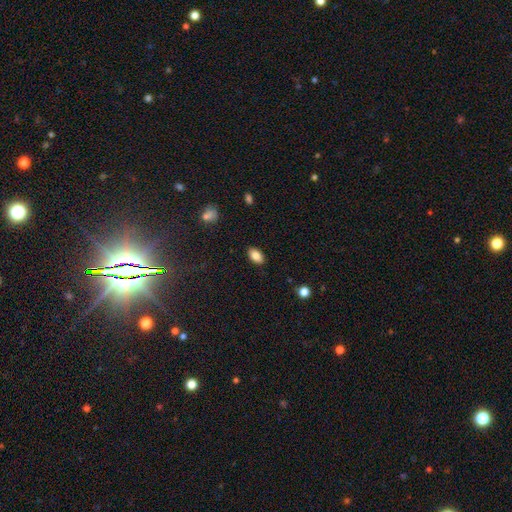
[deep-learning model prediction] smooth-or-featured: smooth: 86% | star or artifact: 8% | featured or disk: 6%
  how-rounded: in between: 92% | round: 5% | cigar-shaped: 2%
  merging: none: 87% | minor disturbance: 9% | major disturbance: 2% | merger: 1%